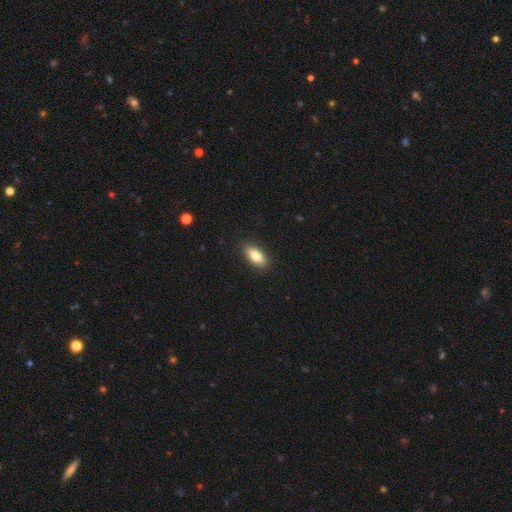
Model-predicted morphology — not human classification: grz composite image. It shows a smooth galaxy with no disk features (80%) that is in between round and cigar-shaped (87%). Merging: none (89%).